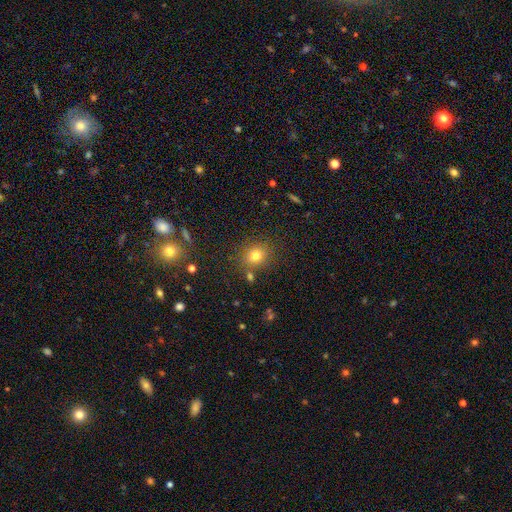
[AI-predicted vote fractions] Overall: smooth (78%). How rounded: round (72%). Merging: none (80%).